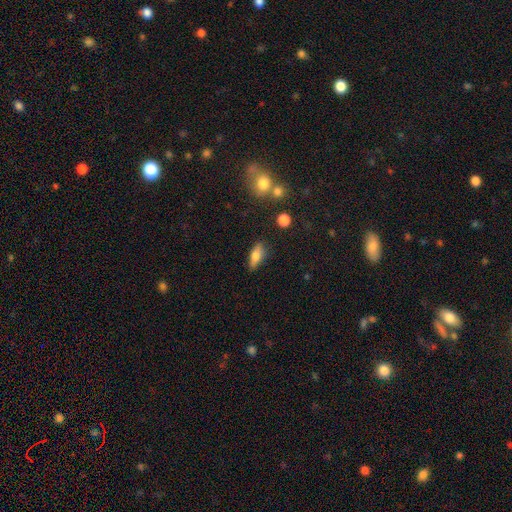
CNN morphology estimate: smooth-or-featured: smooth: 75% | featured or disk: 17% | star or artifact: 8%
  how-rounded: in between: 70% | cigar-shaped: 26% | round: 4%
  merging: none: 76% | minor disturbance: 17% | major disturbance: 4% | merger: 3%